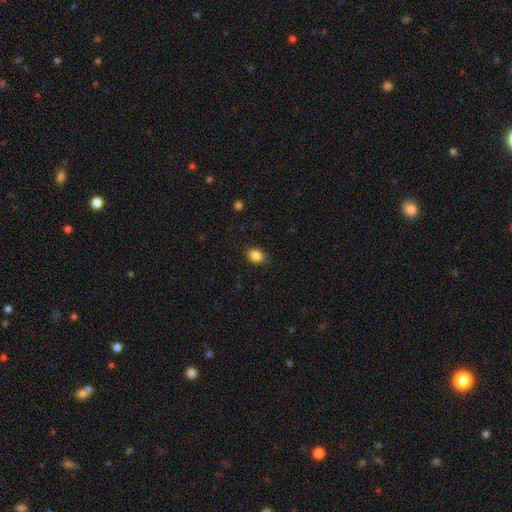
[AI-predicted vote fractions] Overall: smooth (85%). How rounded: in between (74%). Merging: none (87%).